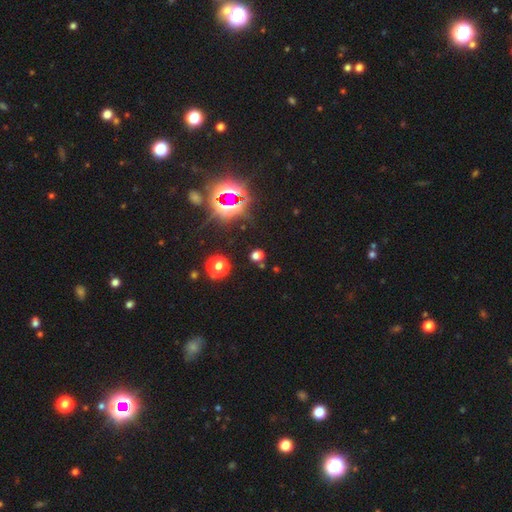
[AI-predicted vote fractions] smooth_or_featured: smooth (p=0.48) [alt: star or artifact p=0.45]
merging: none (p=0.79) [alt: minor disturbance p=0.10]